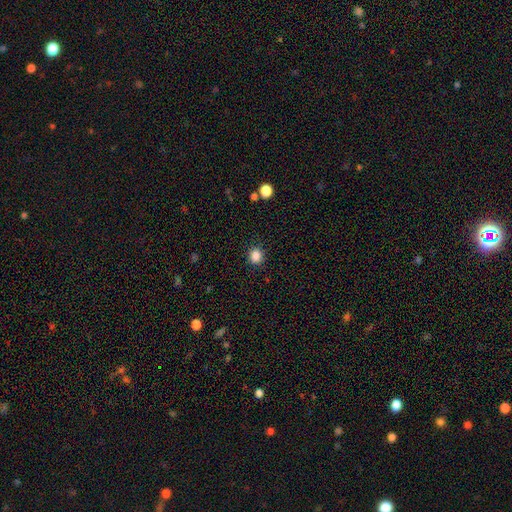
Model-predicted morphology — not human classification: The model was most divided on "how rounded": round: 75%, in between: 24%, cigar-shaped: 1%. More confident: merging — none (89%); smooth or featured — smooth (86%).